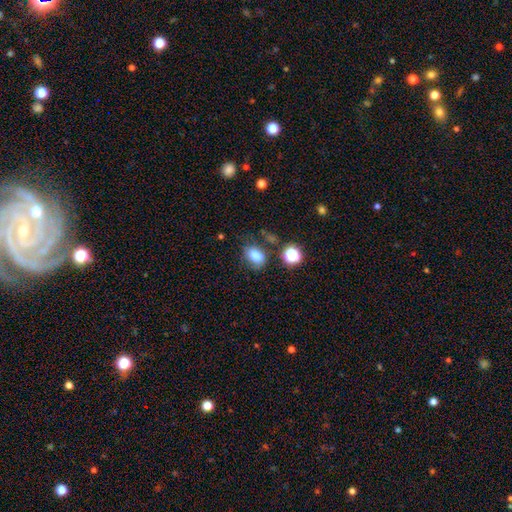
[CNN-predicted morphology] A smooth galaxy with no disk features (77%) that is in between round and cigar-shaped (73%). Merging: none (58%).